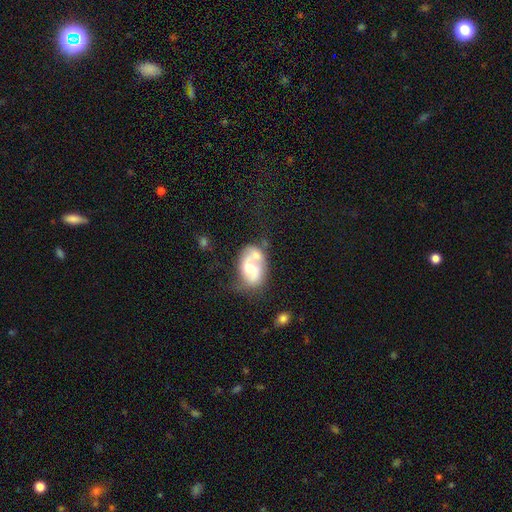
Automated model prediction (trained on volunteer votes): Q: Smooth or featured?
A: featured or disk (60%); runner-up: smooth (33%)
Q: Edge-on disk?
A: no (97%); runner-up: yes (3%)
Q: Bar?
A: no (62%); runner-up: weak (30%)
Q: Spiral arms?
A: yes (68%); runner-up: no (32%)
Q: Bulge size?
A: moderate (60%); runner-up: large (21%)
Q: Merging?
A: merger (37%); runner-up: none (29%)